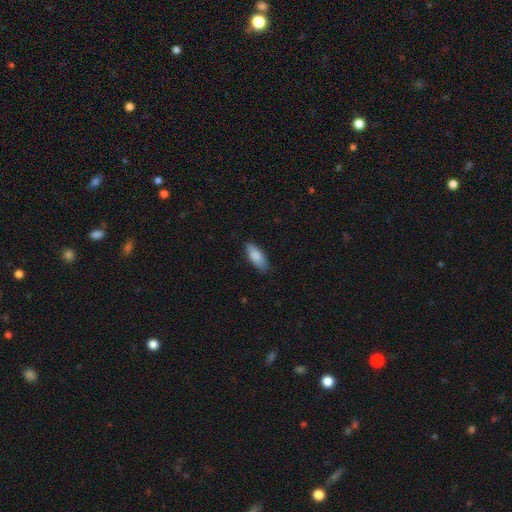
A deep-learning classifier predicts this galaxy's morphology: smooth 85%, featured or disk 9%, star or artifact 6%. Down the decision tree: how rounded — in between (75%); merging — none (84%).